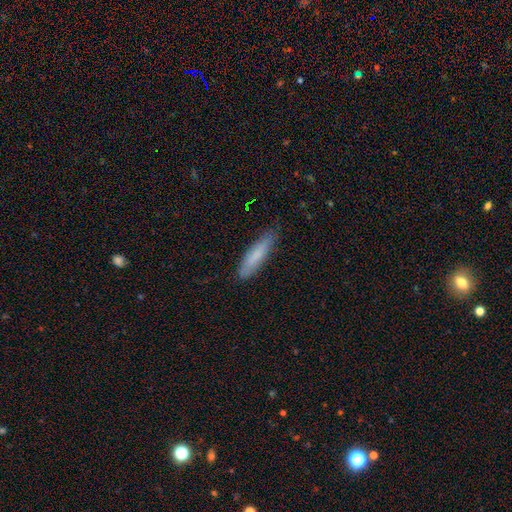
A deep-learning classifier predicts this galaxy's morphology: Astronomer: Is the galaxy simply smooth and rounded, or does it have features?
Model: smooth — 77%.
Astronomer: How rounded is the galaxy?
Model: cigar-shaped — 80%.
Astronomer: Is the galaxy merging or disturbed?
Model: none — 84%.